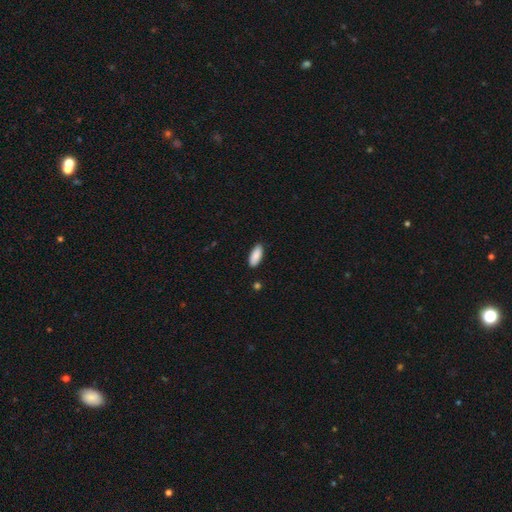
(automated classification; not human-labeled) This is clearly a smooth galaxy (90%). How rounded: clearly in between (84%). Merging: clearly none (88%).